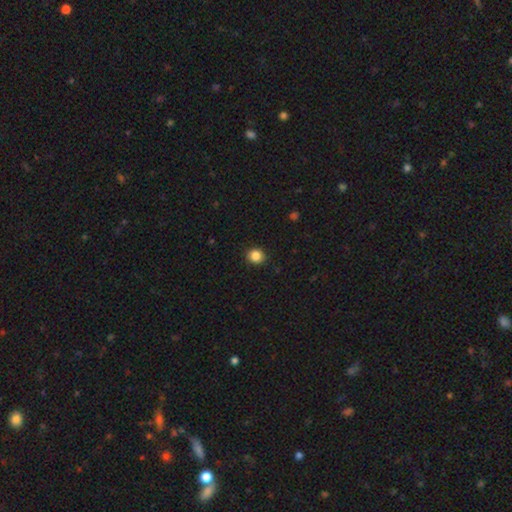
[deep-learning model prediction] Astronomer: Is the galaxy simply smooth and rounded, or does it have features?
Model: smooth — 86%.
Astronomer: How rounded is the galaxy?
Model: round — 84%.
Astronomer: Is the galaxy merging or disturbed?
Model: none — 91%.